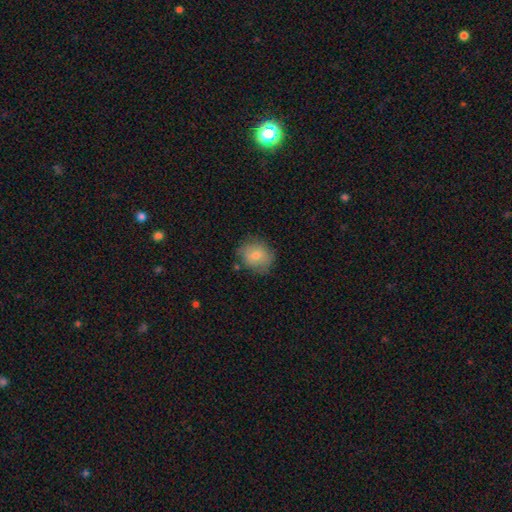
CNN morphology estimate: Overall: smooth (72%). How rounded: round (70%). Merging: none (74%).